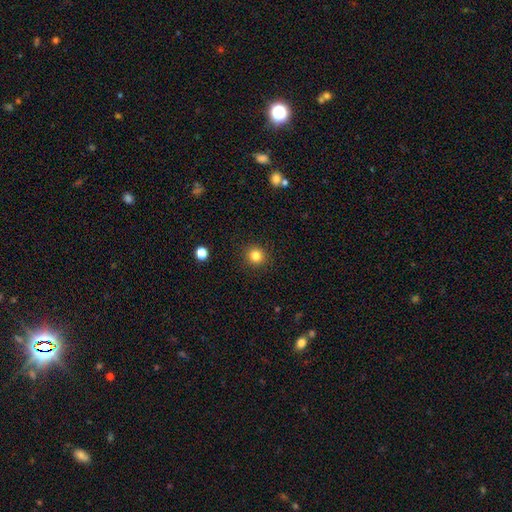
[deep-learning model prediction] Smooth or featured: smooth — 82% (star or artifact — 12%)
How rounded: round — 90% (in between — 9%)
Merging: none — 91% (minor disturbance — 6%)